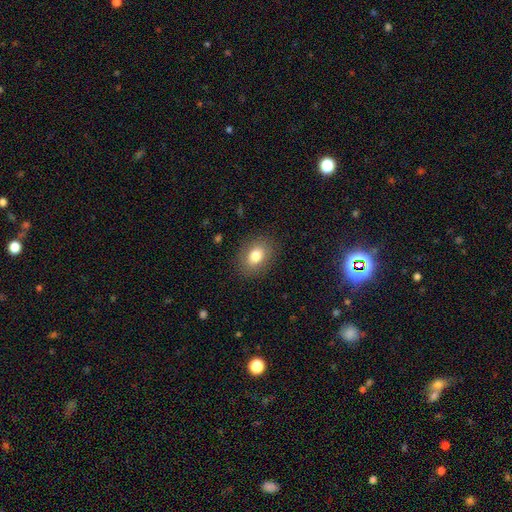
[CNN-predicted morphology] Smooth or featured: smooth — 80% (featured or disk — 11%)
How rounded: in between — 71% (round — 28%)
Merging: none — 86% (minor disturbance — 9%)